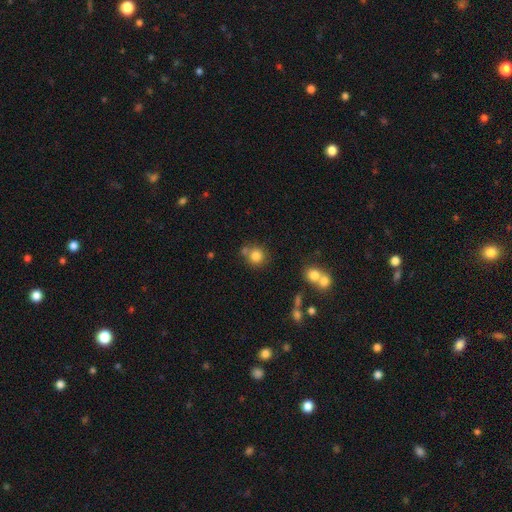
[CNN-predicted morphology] The model was most divided on "merging": none: 64%, merger: 21%, minor disturbance: 11%, major disturbance: 4%. More confident: how rounded — round (89%); smooth or featured — smooth (81%).